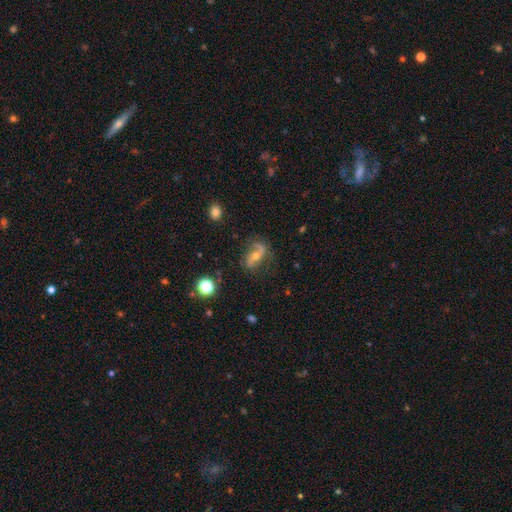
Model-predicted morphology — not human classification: Smooth or featured? featured or disk (74%)
Edge-on disk? no (94%)
Bar? no (38%)
Spiral arms? yes (88%)
Spiral winding? loose (49%)
Spiral arm count? 2 (76%)
Bulge size? moderate (56%)
Merging? none (65%)